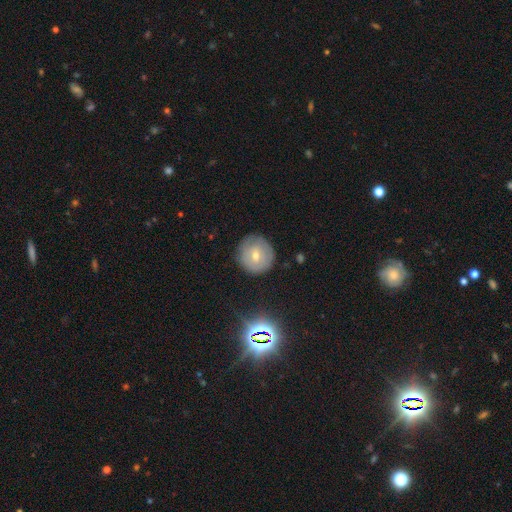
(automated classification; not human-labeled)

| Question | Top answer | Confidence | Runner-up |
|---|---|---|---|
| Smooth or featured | featured or disk | 43% | smooth (42%) |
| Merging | none | 82% | minor disturbance (13%) |